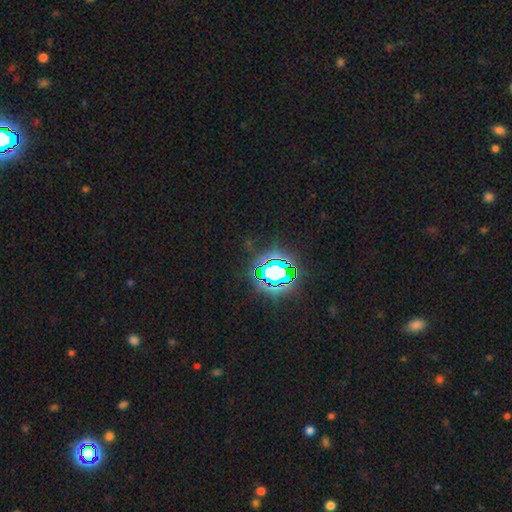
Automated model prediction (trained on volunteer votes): Q: Smooth or featured?
A: star or artifact (83%); runner-up: smooth (11%)